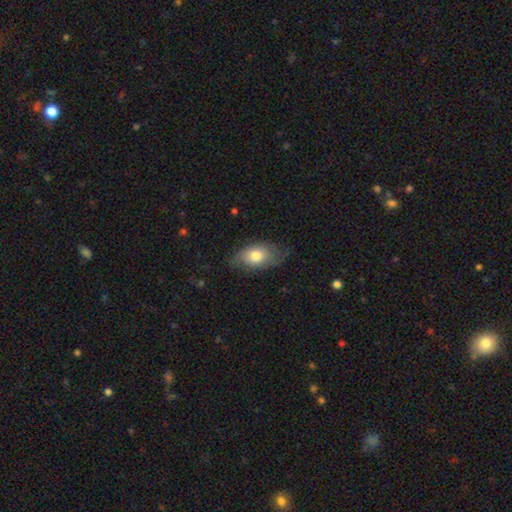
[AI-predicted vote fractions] Morphology: type=smooth (67%); roundness=in between (87%); merging=none (58%).